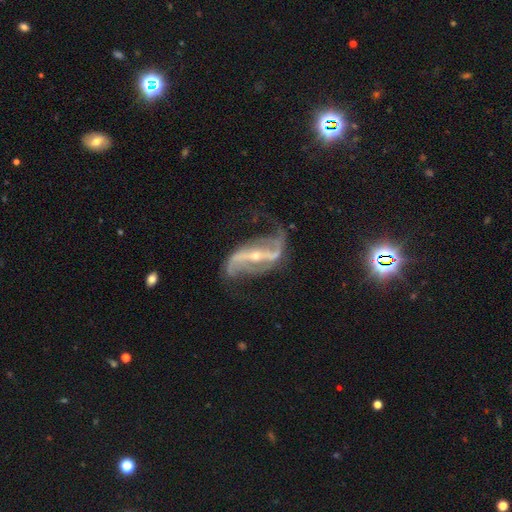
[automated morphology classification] A featured or disk galaxy (91%) with a strong bar (63%), 2 (92%) loose (72%) spiral arms (97%) and a small central bulge (71%). Merging: none (67%).